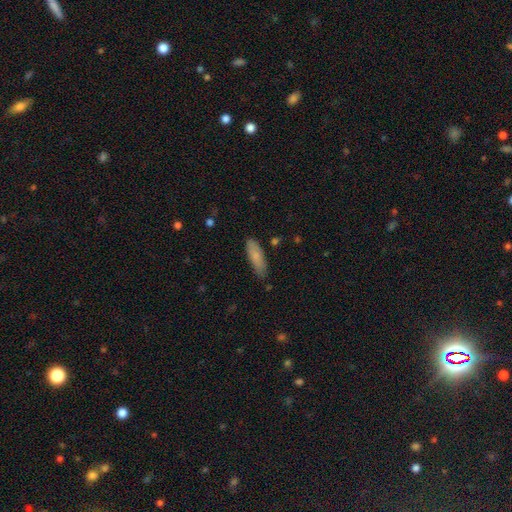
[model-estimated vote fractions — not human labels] Smooth or featured: smooth — 77% (featured or disk — 16%)
How rounded: in between — 53% (cigar-shaped — 45%)
Merging: none — 74% (minor disturbance — 20%)